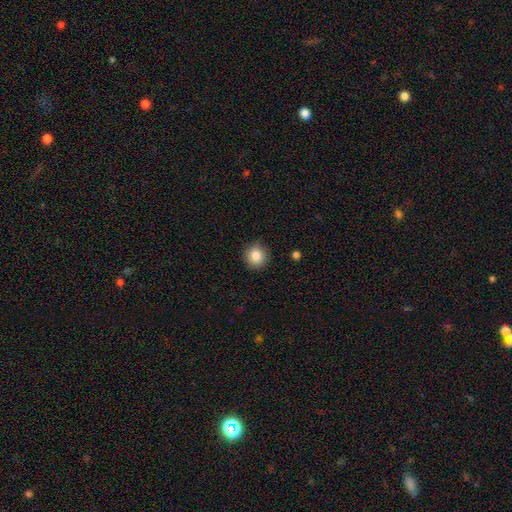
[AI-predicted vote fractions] Smooth or featured?
  - smooth: 85% *
  - star or artifact: 10%
  - featured or disk: 6%
How rounded?
  - round: 92% *
  - in between: 7%
  - cigar-shaped: 1%
Merging?
  - none: 89% *
  - minor disturbance: 8%
  - major disturbance: 2%
  - merger: 1%